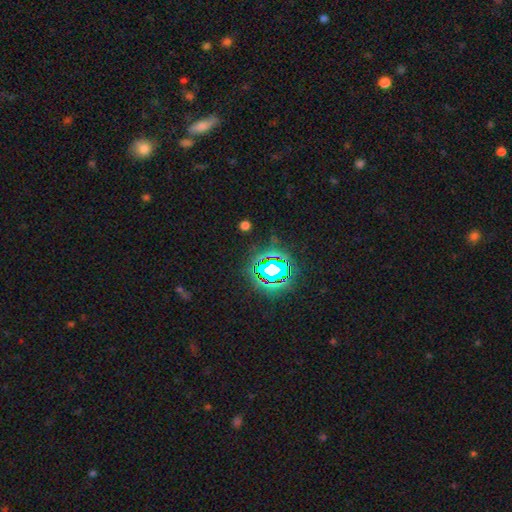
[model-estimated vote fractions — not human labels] This appears to be a star or artifact, not a galaxy (78%).